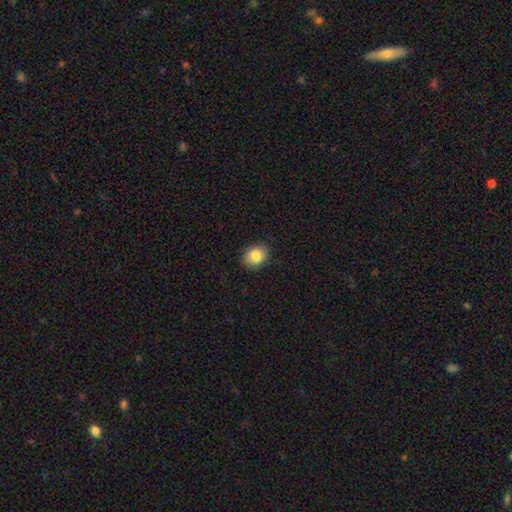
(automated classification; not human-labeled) Smooth or featured?
  - smooth: 84% *
  - star or artifact: 8%
  - featured or disk: 8%
How rounded?
  - in between: 55% *
  - round: 44%
  - cigar-shaped: 1%
Merging?
  - none: 88% *
  - minor disturbance: 9%
  - major disturbance: 2%
  - merger: 1%